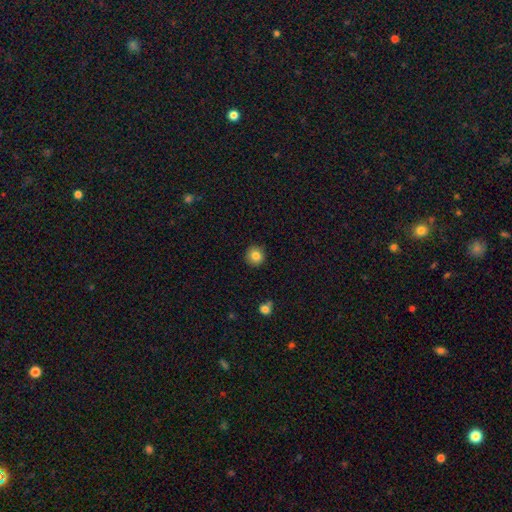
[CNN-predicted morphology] The model was most divided on "smooth or featured": smooth: 83%, star or artifact: 10%, featured or disk: 7%. More confident: how rounded — round (93%); merging — none (90%).